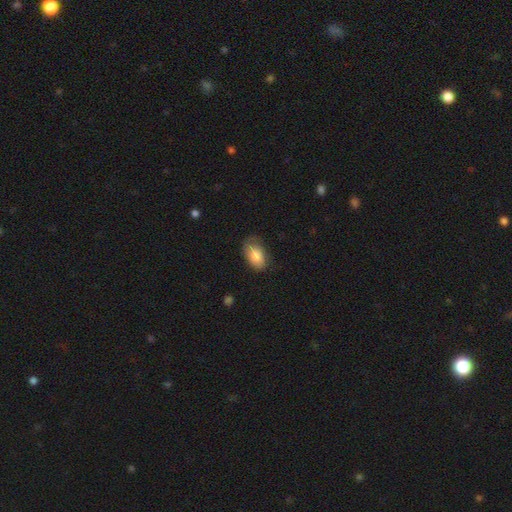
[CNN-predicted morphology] Smooth or featured? Predicted: smooth (p=0.82). How rounded? Predicted: in between (p=0.93). Merging? Predicted: none (p=0.57).